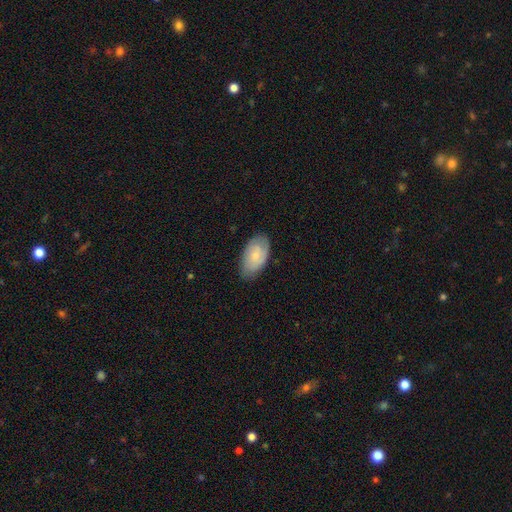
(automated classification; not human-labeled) Morphology: type=smooth (61%); roundness=in between (94%); merging=none (76%).